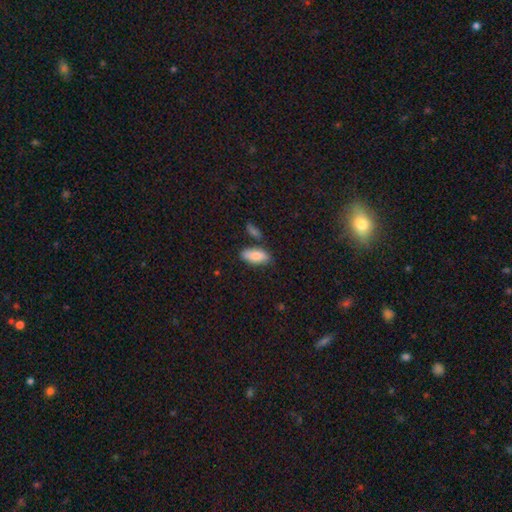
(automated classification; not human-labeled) A smooth galaxy with no disk features (84%) that is in between round and cigar-shaped (88%).

Vote fractions:
- Smooth or featured? smooth: 84% / featured or disk: 10% / star or artifact: 6%
- How rounded? in between: 88% / cigar-shaped: 9% / round: 2%
- Merging? none: 71% / minor disturbance: 16% / merger: 9% / major disturbance: 4%